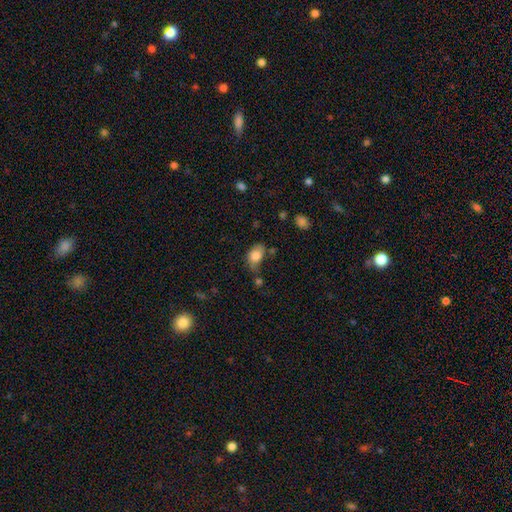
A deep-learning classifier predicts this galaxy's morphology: The model was most divided on "merging": none: 38%, minor disturbance: 33%, major disturbance: 17%, merger: 13%. More confident: smooth or featured — smooth (80%); how rounded — in between (73%).